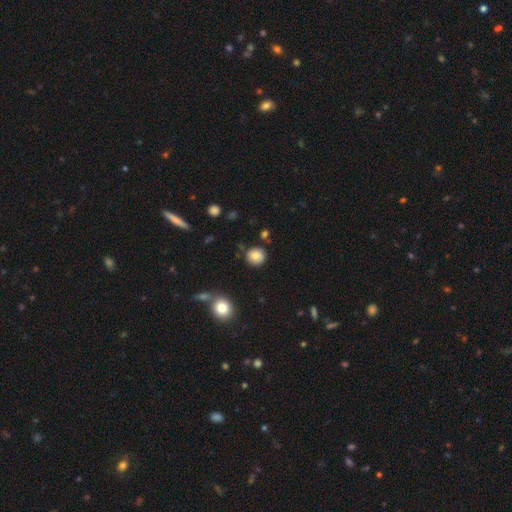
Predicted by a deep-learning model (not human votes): Smooth or featured?
  - smooth: 82% *
  - star or artifact: 9%
  - featured or disk: 9%
How rounded?
  - round: 92% *
  - in between: 7%
  - cigar-shaped: 1%
Merging?
  - none: 85% *
  - minor disturbance: 9%
  - merger: 3%
  - major disturbance: 2%